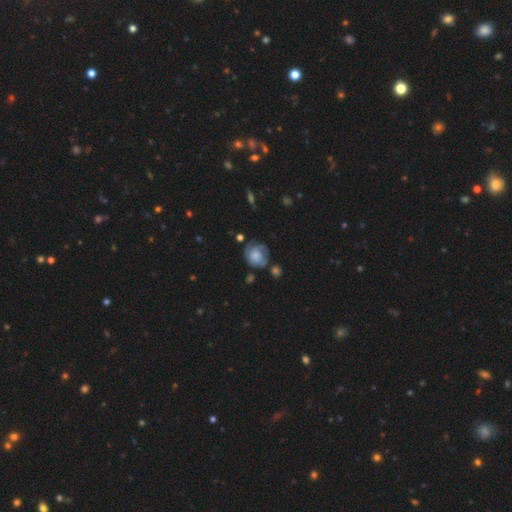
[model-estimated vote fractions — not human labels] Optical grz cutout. It shows a smooth galaxy with no disk features (48%). Merging: none (54%).